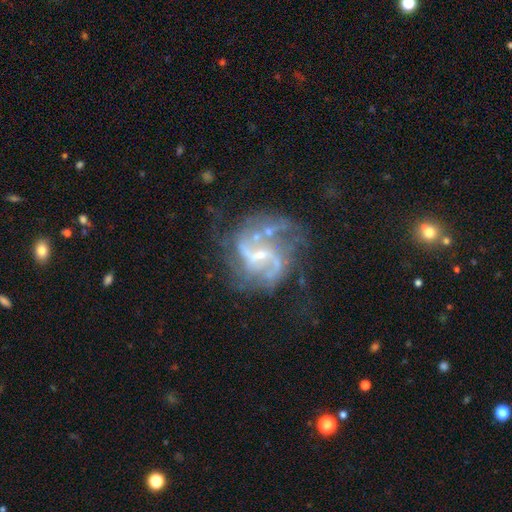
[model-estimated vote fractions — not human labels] Smooth or featured: featured or disk — 85% (star or artifact — 9%)
Edge-on disk: no — 98% (yes — 2%)
Bar: weak — 47% (no — 30%)
Spiral arms: yes — 91% (no — 9%)
Spiral winding: medium — 45% (loose — 39%)
Spiral arm count: 2 — 63% (can't tell — 15%)
Bulge size: small — 69% (moderate — 21%)
Merging: none — 51% (major disturbance — 23%)